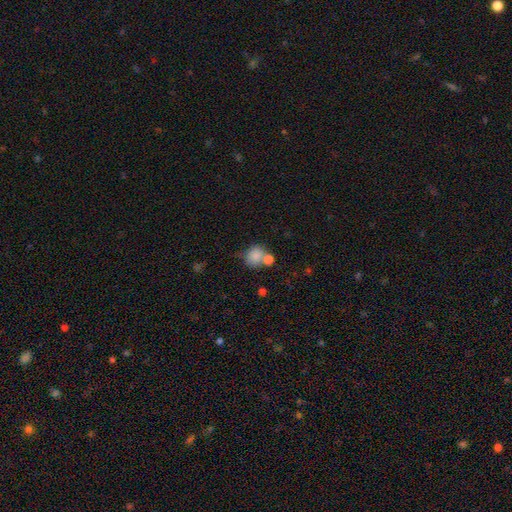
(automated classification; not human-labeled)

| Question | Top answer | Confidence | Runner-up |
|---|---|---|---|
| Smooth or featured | smooth | 83% | star or artifact (10%) |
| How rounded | round | 70% | in between (29%) |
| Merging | none | 47% | merger (31%) |